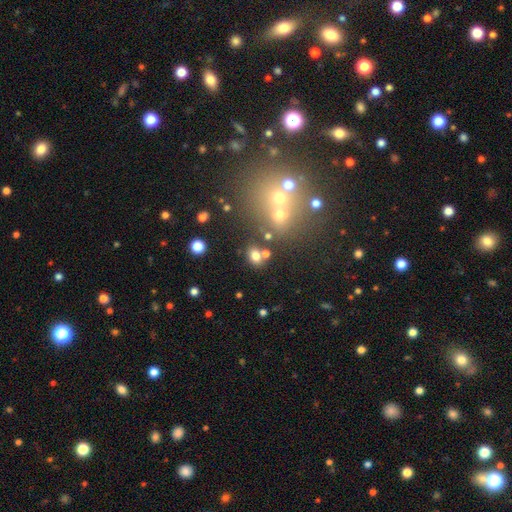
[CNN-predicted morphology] Smooth or featured? smooth (72%)
How rounded? in between (53%)
Merging? none (66%)